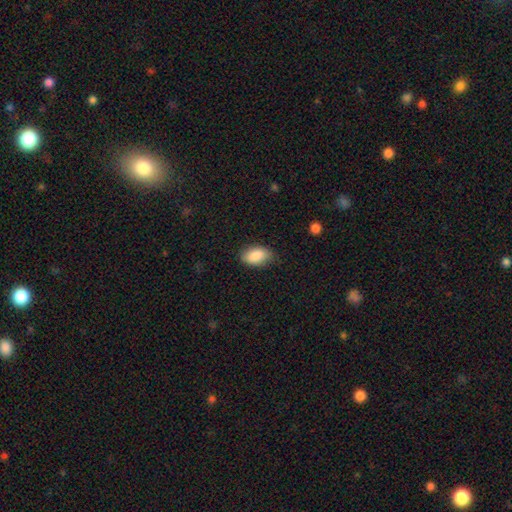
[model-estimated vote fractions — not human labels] Q: Smooth or featured?
A: smooth (88%); runner-up: star or artifact (6%)
Q: How rounded?
A: in between (92%); runner-up: round (6%)
Q: Merging?
A: none (80%); runner-up: minor disturbance (16%)